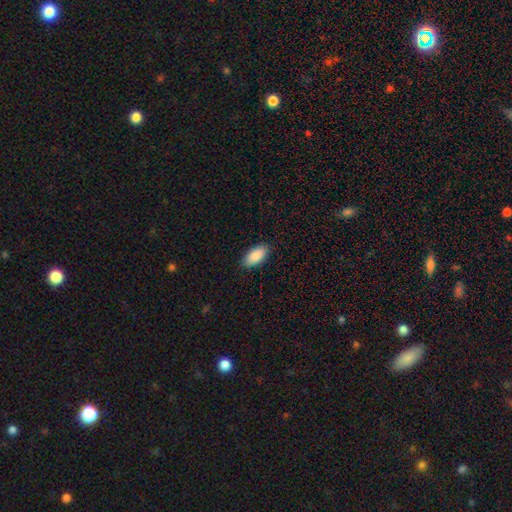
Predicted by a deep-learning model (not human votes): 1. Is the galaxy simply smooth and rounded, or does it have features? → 89% smooth, 6% star or artifact, 5% featured or disk.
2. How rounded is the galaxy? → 92% in between, 6% cigar-shaped, 2% round.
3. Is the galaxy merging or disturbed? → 87% none, 10% minor disturbance, 2% major disturbance, 1% merger.